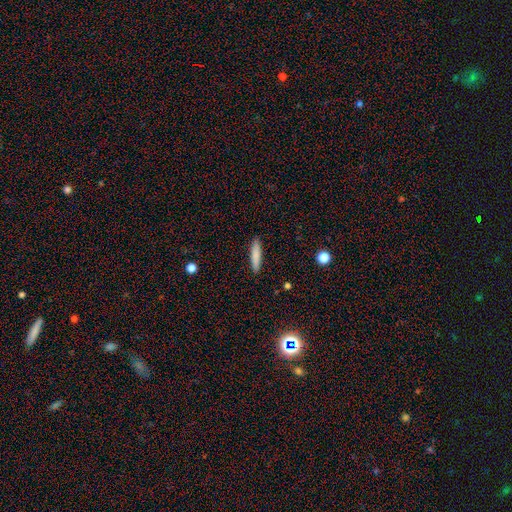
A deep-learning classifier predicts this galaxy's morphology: The model was most divided on "how rounded": cigar-shaped: 85%, in between: 13%, round: 1%. More confident: merging — none (90%); smooth or featured — smooth (83%).